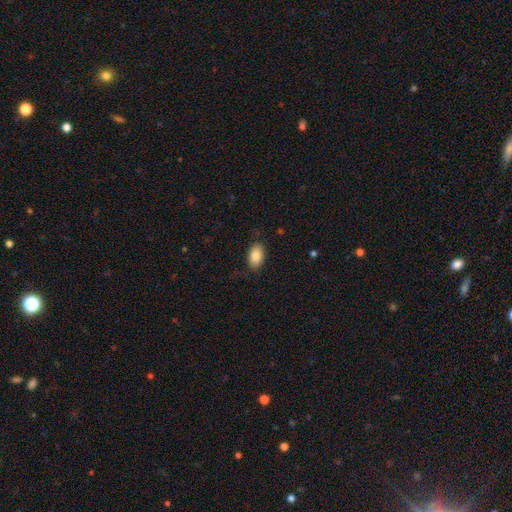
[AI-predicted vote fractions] This is clearly a smooth galaxy (85%). How rounded: clearly in between (92%). Merging: clearly none (85%).